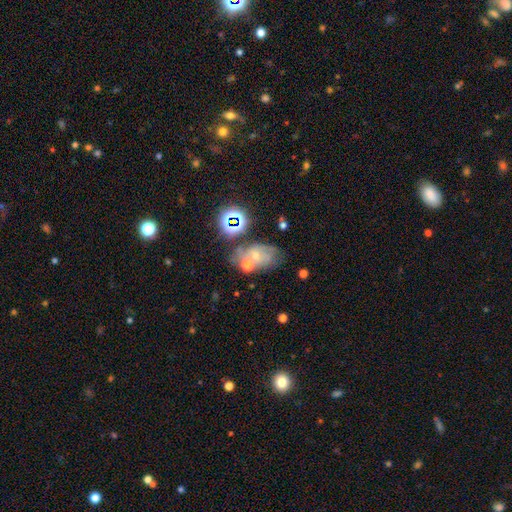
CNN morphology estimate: A featured or disk galaxy (38%).

Vote fractions:
- Smooth or featured? featured or disk: 38% / smooth: 35% / star or artifact: 26%
- Merging? none: 47% / merger: 22% / minor disturbance: 19% / major disturbance: 12%